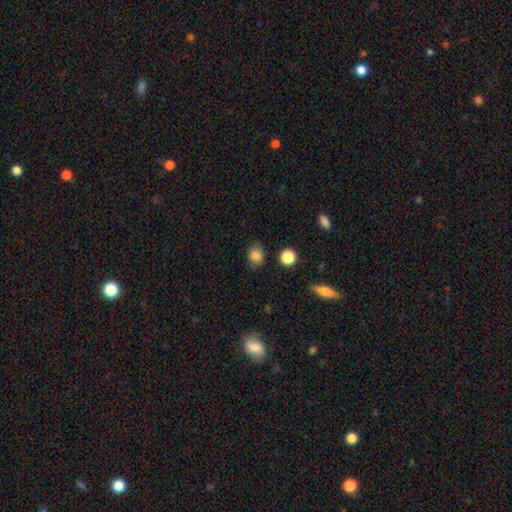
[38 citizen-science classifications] Q: Smooth or featured?
A: smooth (84%); runner-up: star or artifact (11%)
Q: How rounded?
A: round (62%); runner-up: in between (38%)
Q: Merging?
A: none (65%); runner-up: minor disturbance (21%)